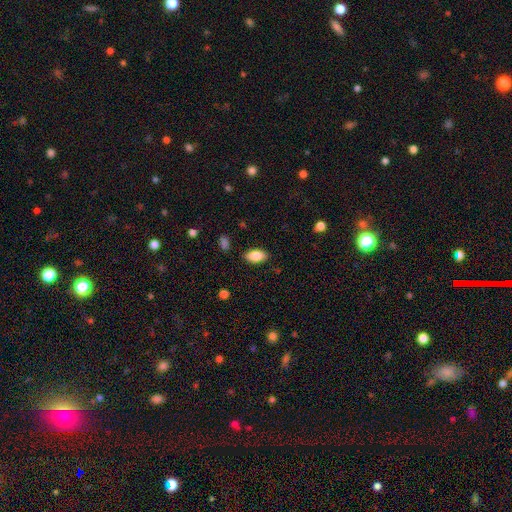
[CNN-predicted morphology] Smooth or featured? smooth (86%)
How rounded? in between (93%)
Merging? none (86%)